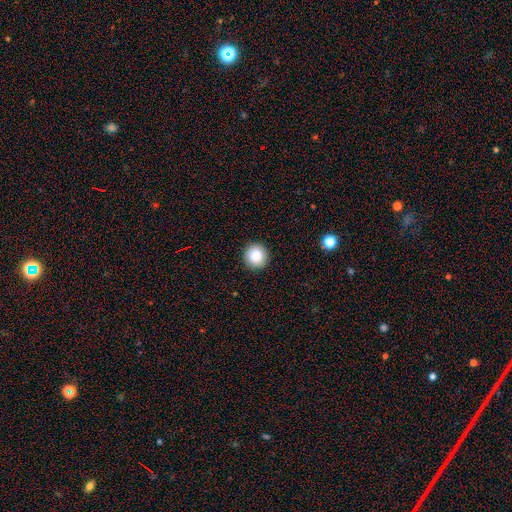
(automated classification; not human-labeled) Morphology: type=smooth (87%); roundness=round (92%); merging=none (92%).